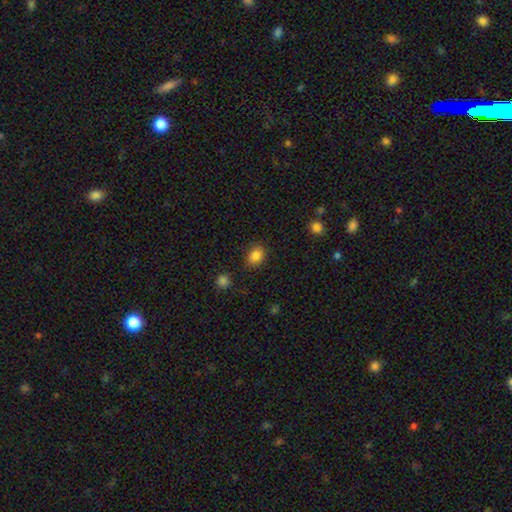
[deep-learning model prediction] A smooth galaxy with no disk features (85%) that is in between round and cigar-shaped (55%).

Vote fractions:
- Smooth or featured? smooth: 85% / star or artifact: 10% / featured or disk: 5%
- How rounded? in between: 55% / round: 44% / cigar-shaped: 1%
- Merging? none: 83% / minor disturbance: 12% / major disturbance: 3% / merger: 2%